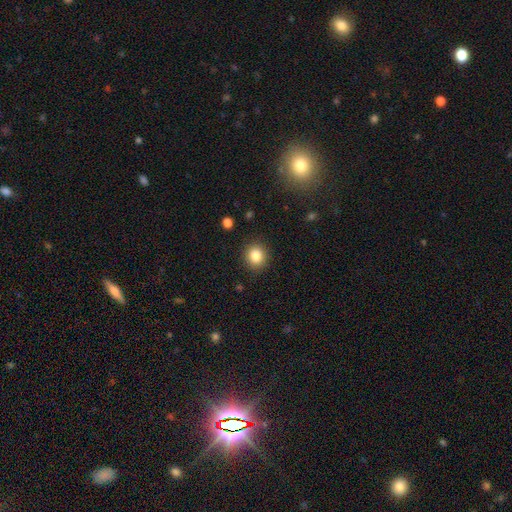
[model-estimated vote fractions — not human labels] Overall: smooth (84%). How rounded: round (84%). Merging: none (90%).